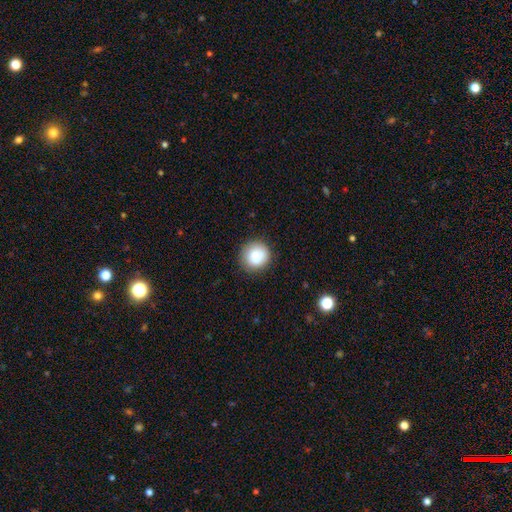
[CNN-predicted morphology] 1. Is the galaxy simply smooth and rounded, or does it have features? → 86% smooth, 8% star or artifact, 5% featured or disk.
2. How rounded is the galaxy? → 92% round, 7% in between, 1% cigar-shaped.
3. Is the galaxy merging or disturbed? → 85% none, 10% minor disturbance, 3% major disturbance, 2% merger.